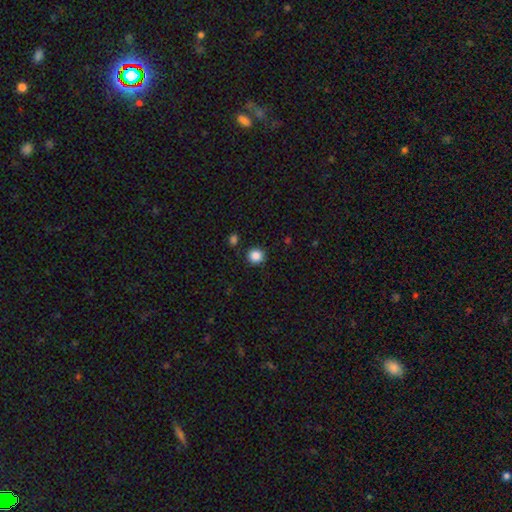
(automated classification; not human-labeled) smooth-or-featured: smooth: 86% | star or artifact: 10% | featured or disk: 3%
  how-rounded: round: 92% | in between: 7% | cigar-shaped: 1%
  merging: none: 88% | minor disturbance: 7% | merger: 3% | major disturbance: 2%